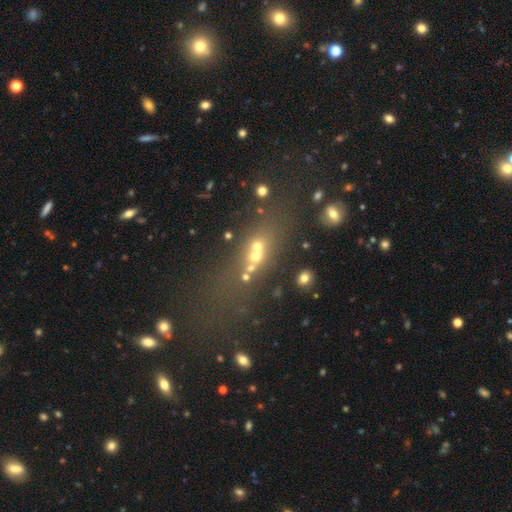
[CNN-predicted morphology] A smooth galaxy with no disk features (43%). Merging: merger (40%).